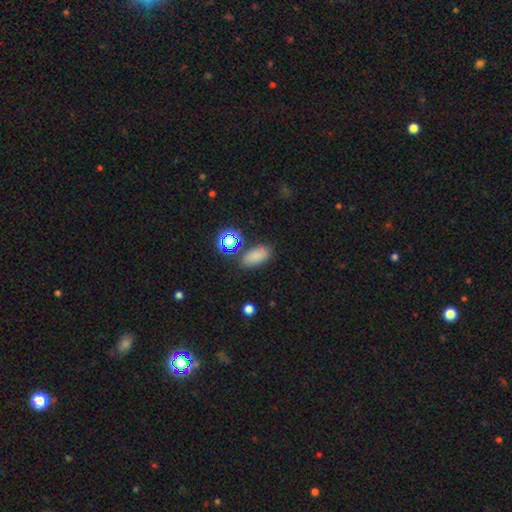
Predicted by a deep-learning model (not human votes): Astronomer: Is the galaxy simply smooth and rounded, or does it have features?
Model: smooth — 73%.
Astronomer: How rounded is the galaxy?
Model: in between — 88%.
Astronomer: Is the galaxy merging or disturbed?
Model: none — 74%.